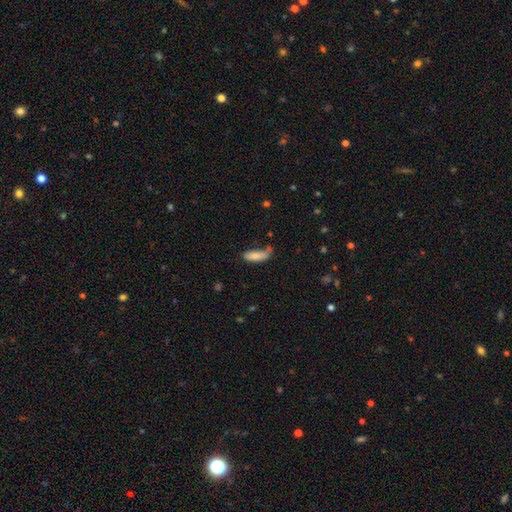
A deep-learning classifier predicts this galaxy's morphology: Smooth or featured: smooth — 81% (featured or disk — 11%)
How rounded: in between — 65% (cigar-shaped — 33%)
Merging: none — 46% (minor disturbance — 30%)